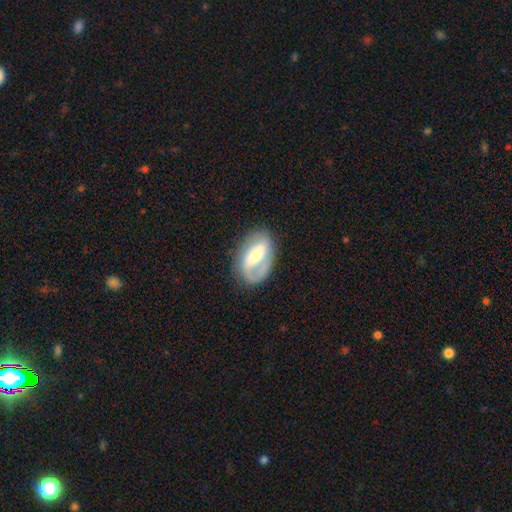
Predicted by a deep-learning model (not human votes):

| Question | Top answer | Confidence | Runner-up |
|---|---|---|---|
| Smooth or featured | featured or disk | 67% | smooth (27%) |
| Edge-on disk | no | 95% | yes (5%) |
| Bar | strong | 41% | weak (37%) |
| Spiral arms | yes | 80% | no (20%) |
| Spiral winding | medium | 42% | tight (30%) |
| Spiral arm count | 2 | 63% | 1 (25%) |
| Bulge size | moderate | 42% | small (34%) |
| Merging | none | 71% | minor disturbance (17%) |